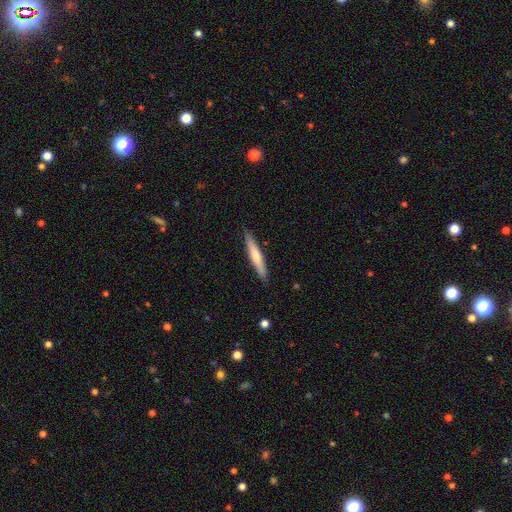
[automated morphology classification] Smooth or featured? Predicted: smooth (p=0.58). How rounded? Predicted: cigar-shaped (p=0.93). Merging? Predicted: none (p=0.89).